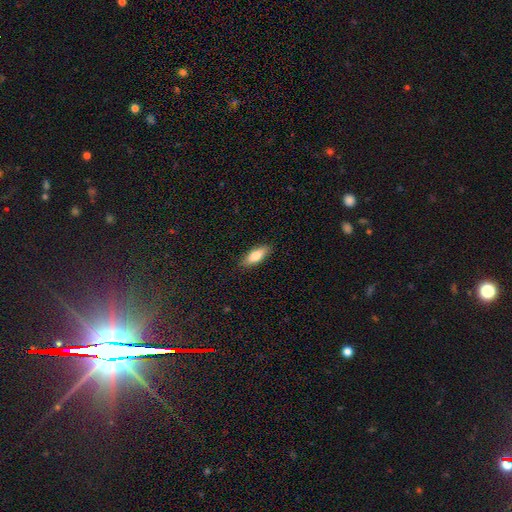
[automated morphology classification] A smooth galaxy with no disk features (75%) that is in between round and cigar-shaped (65%). Merging: none (88%).